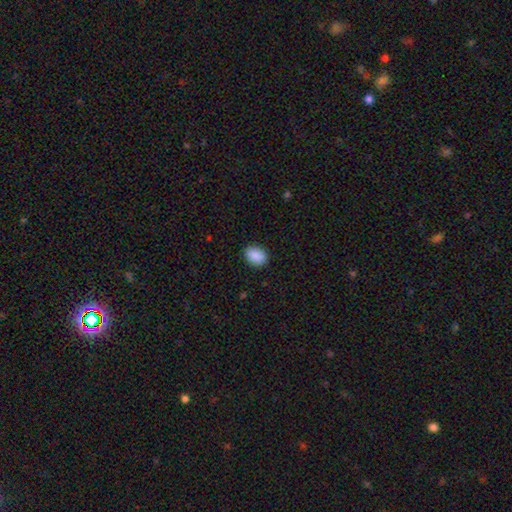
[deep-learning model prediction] Morphology: type=smooth (90%); roundness=in between (71%); merging=none (89%).